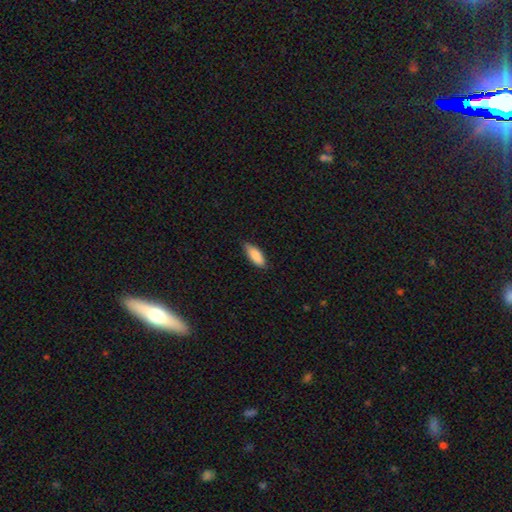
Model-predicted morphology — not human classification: Smooth or featured?
  - smooth: 88% *
  - featured or disk: 6%
  - star or artifact: 6%
How rounded?
  - in between: 74% *
  - cigar-shaped: 24%
  - round: 2%
Merging?
  - none: 77% *
  - minor disturbance: 19%
  - major disturbance: 2%
  - merger: 1%